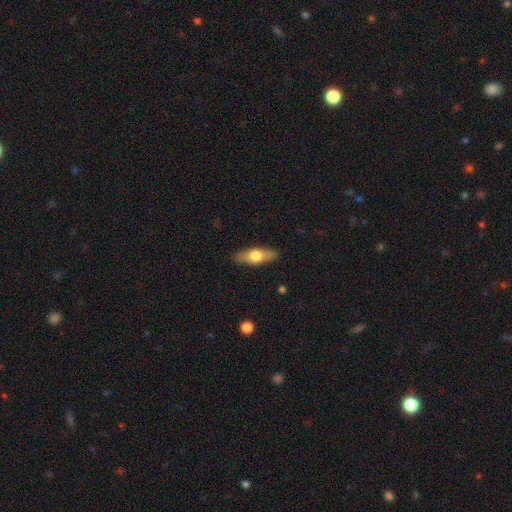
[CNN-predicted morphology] This appears to be a smooth galaxy with no disk features (57%) that is in between round and cigar-shaped (59%). Merging: none (88%).